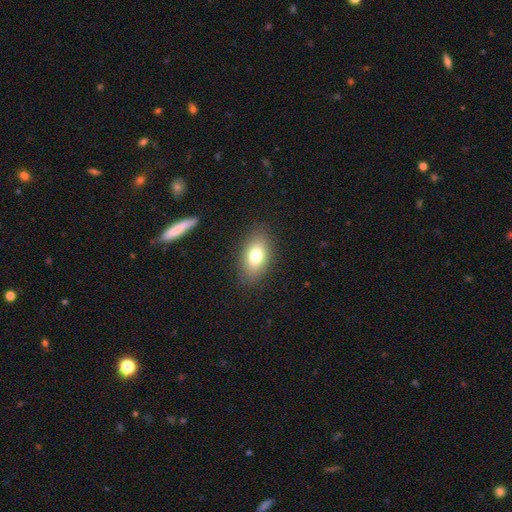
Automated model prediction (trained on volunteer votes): Overall: smooth (77%). How rounded: in between (88%). Merging: none (85%).